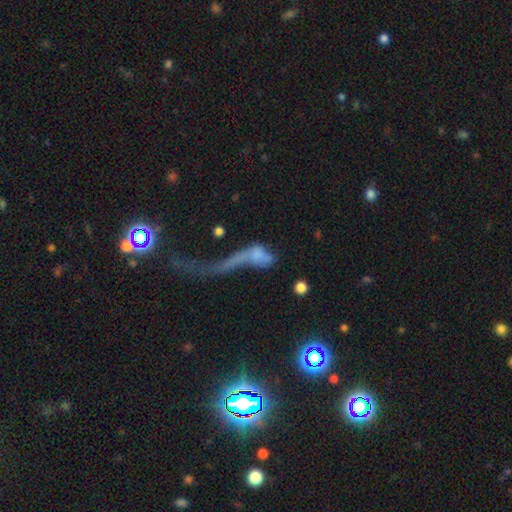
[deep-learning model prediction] Smooth or featured? smooth (47%)
Merging? major disturbance (53%)